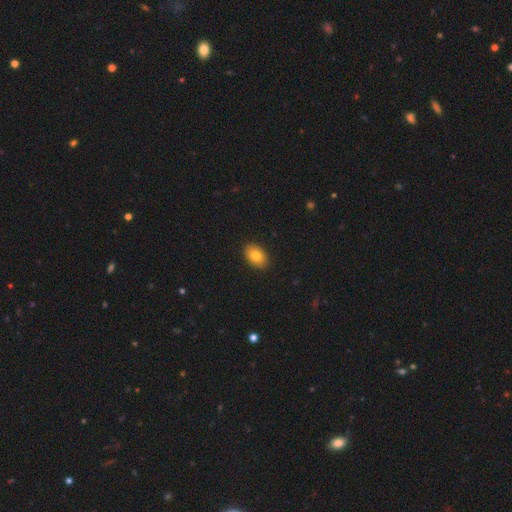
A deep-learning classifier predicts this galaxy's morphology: Q: Smooth or featured?
A: smooth (80%); runner-up: featured or disk (12%)
Q: How rounded?
A: in between (85%); runner-up: round (14%)
Q: Merging?
A: none (90%); runner-up: minor disturbance (7%)